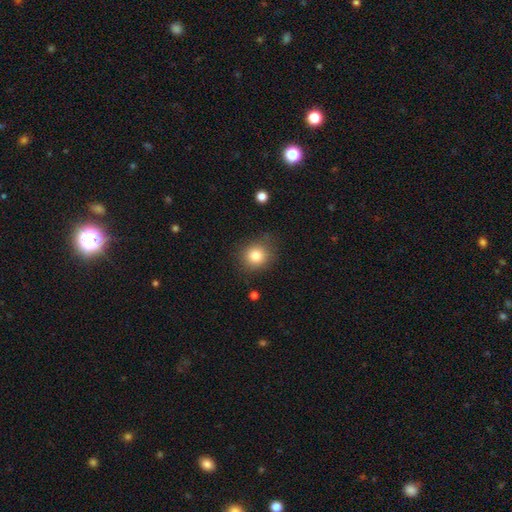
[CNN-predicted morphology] Overall: smooth (83%). How rounded: round (81%). Merging: none (80%).